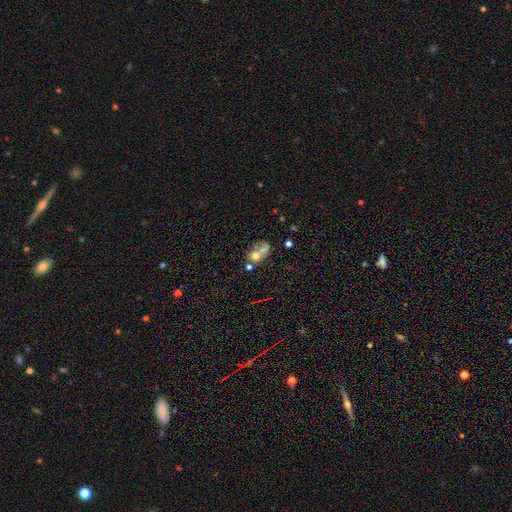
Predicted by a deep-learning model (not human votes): smooth_or_featured: smooth (p=0.48) [alt: featured or disk p=0.36]
merging: merger (p=0.55) [alt: none p=0.24]